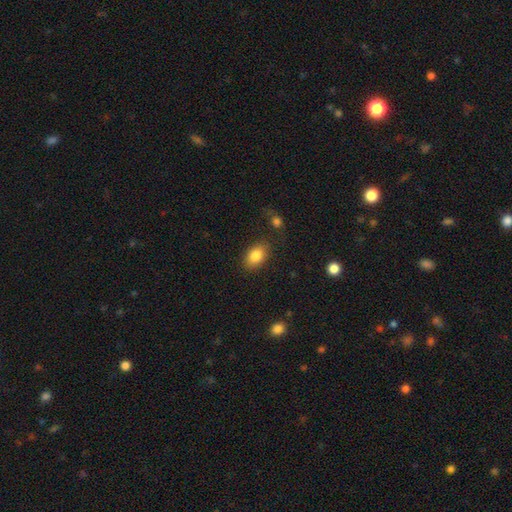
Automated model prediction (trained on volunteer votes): Smooth or featured?
  - smooth: 84% *
  - star or artifact: 8%
  - featured or disk: 8%
How rounded?
  - in between: 87% *
  - round: 11%
  - cigar-shaped: 1%
Merging?
  - none: 83% *
  - minor disturbance: 11%
  - major disturbance: 3%
  - merger: 3%